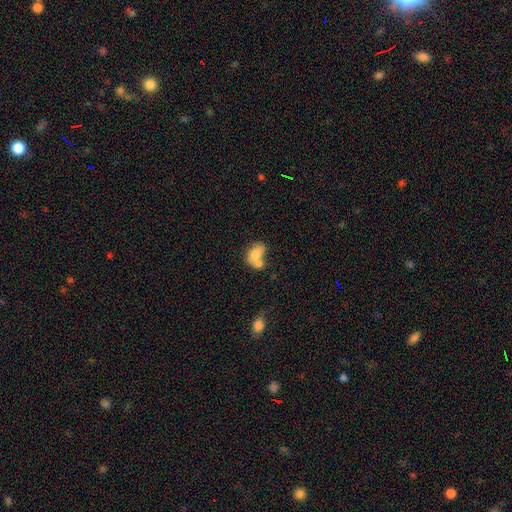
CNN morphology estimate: Smooth or featured: smooth — 74% (featured or disk — 18%)
How rounded: in between — 78% (round — 21%)
Merging: merger — 59% (none — 23%)